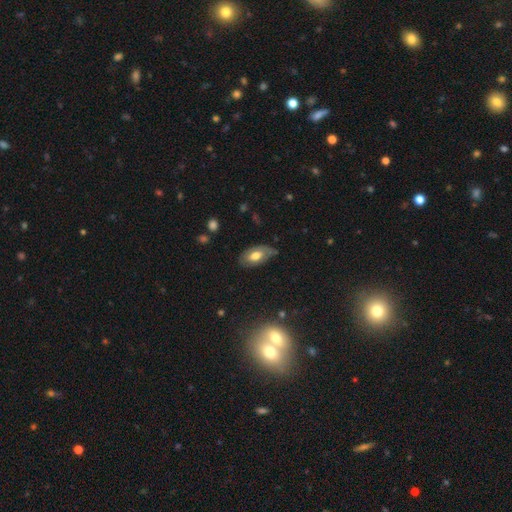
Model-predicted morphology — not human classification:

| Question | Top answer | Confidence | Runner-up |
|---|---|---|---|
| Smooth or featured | smooth | 58% | featured or disk (35%) |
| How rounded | in between | 93% | round (4%) |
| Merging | none | 68% | minor disturbance (25%) |